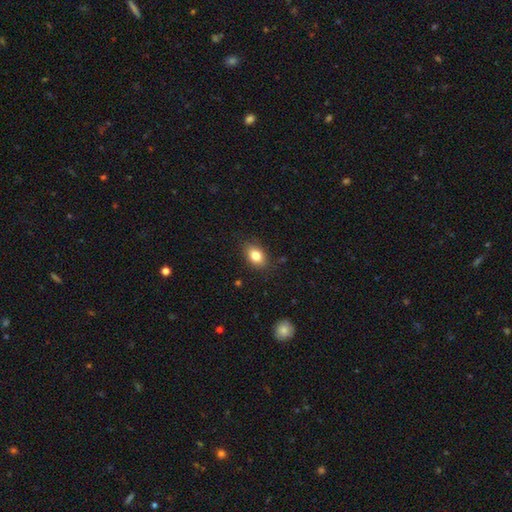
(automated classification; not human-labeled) A smooth galaxy with no disk features (81%) that is in between round and cigar-shaped (79%).

Vote fractions:
- Smooth or featured? smooth: 81% / featured or disk: 10% / star or artifact: 9%
- How rounded? in between: 79% / round: 19% / cigar-shaped: 2%
- Merging? none: 82% / minor disturbance: 14% / major disturbance: 3% / merger: 1%